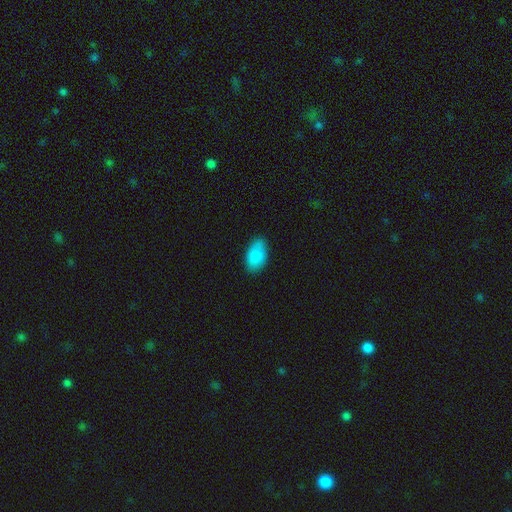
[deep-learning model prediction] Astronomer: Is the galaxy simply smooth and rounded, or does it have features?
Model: smooth — 87%.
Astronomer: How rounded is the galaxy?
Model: in between — 93%.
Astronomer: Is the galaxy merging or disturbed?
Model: none — 77%.